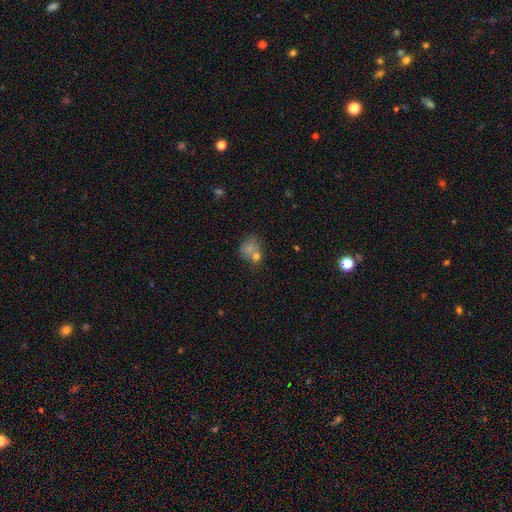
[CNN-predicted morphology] Q: Smooth or featured?
A: smooth (67%); runner-up: star or artifact (17%)
Q: How rounded?
A: round (69%); runner-up: in between (30%)
Q: Merging?
A: none (46%); runner-up: merger (31%)